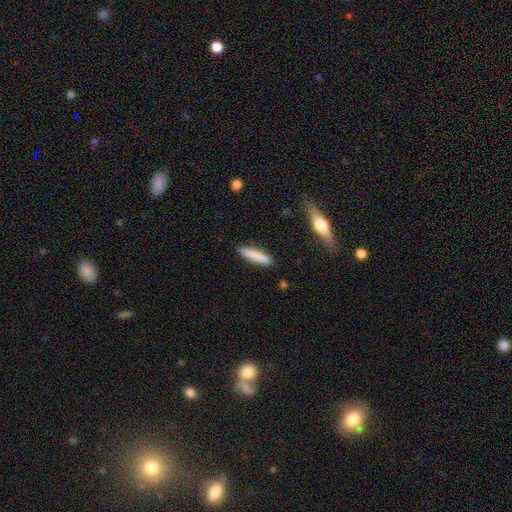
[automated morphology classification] Smooth or featured? smooth (84%)
How rounded? cigar-shaped (83%)
Merging? none (88%)